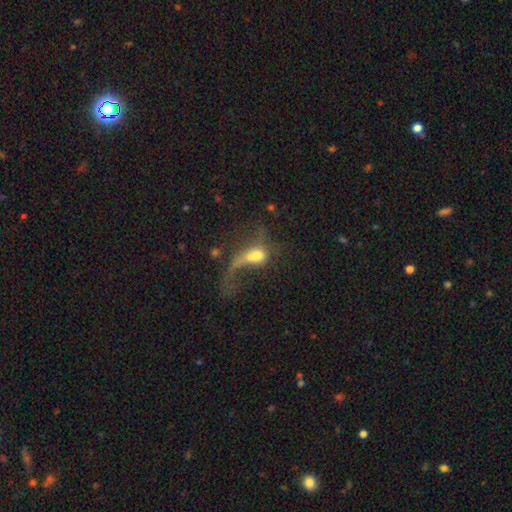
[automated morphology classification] type=smooth (48%); merging=major disturbance (55%).